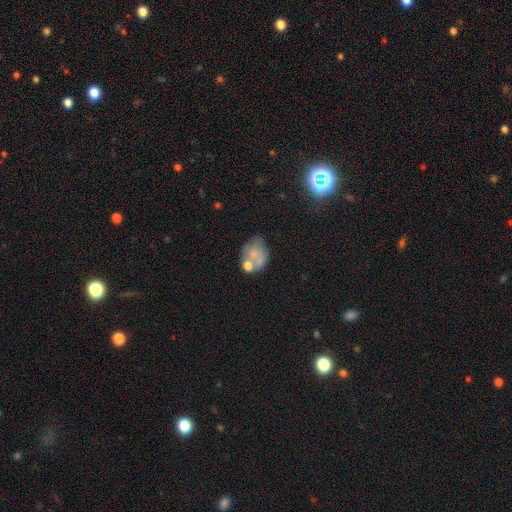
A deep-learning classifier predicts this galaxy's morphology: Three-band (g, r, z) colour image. It shows a smooth galaxy with no disk features (56%) that is in between round and cigar-shaped (57%). Merging: none (33%).